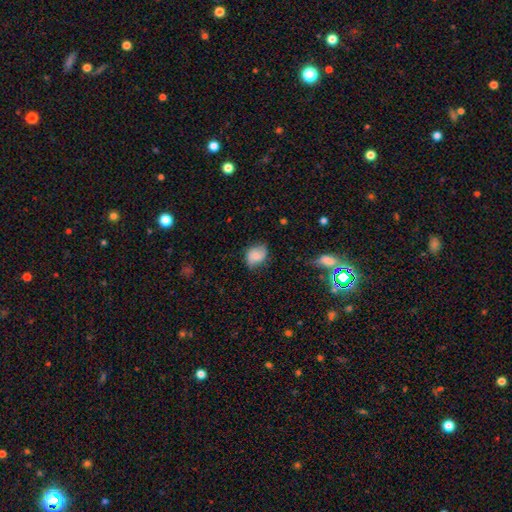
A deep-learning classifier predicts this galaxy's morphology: Smooth or featured? Predicted: smooth (p=0.71). How rounded? Predicted: in between (p=0.58). Merging? Predicted: none (p=0.62).